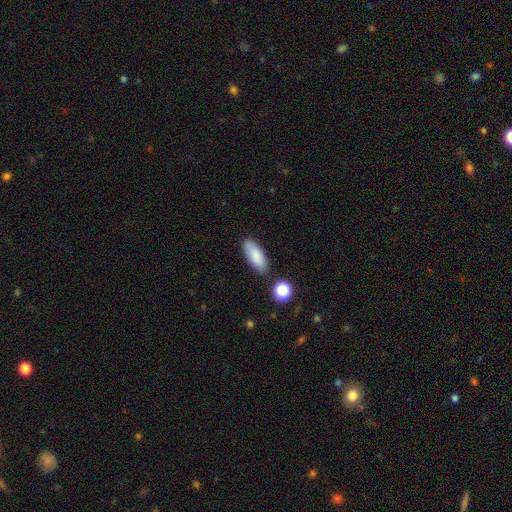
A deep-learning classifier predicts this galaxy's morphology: Overall: smooth (84%). How rounded: in between (73%). Merging: none (81%).